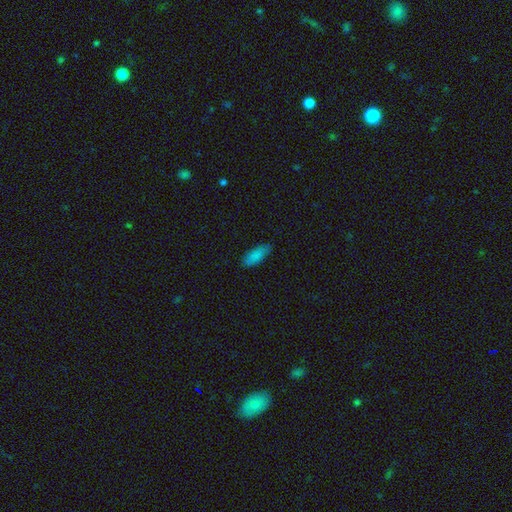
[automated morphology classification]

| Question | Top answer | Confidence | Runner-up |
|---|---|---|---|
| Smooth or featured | smooth | 86% | star or artifact (7%) |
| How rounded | in between | 75% | cigar-shaped (23%) |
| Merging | none | 81% | minor disturbance (15%) |